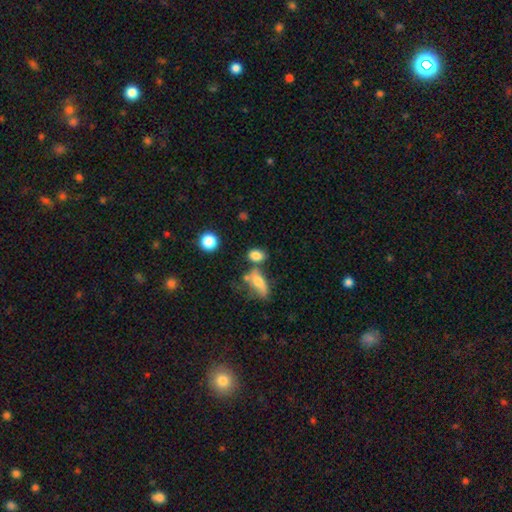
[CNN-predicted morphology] type=smooth (81%); roundness=in between (75%); merging=none (54%).